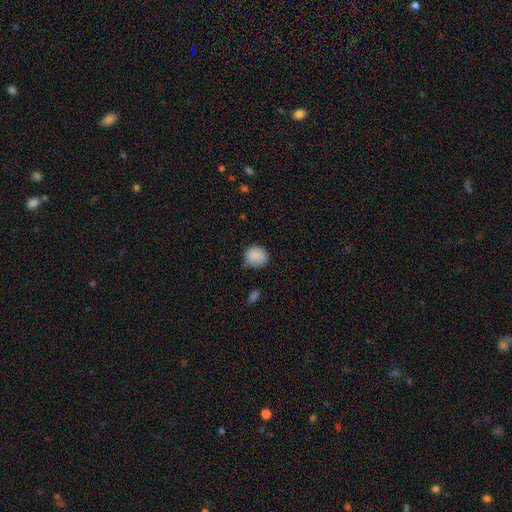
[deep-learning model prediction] Smooth or featured?
  - smooth: 88% *
  - star or artifact: 8%
  - featured or disk: 4%
How rounded?
  - round: 85% *
  - in between: 14%
  - cigar-shaped: 1%
Merging?
  - none: 73% *
  - minor disturbance: 21%
  - major disturbance: 4%
  - merger: 2%